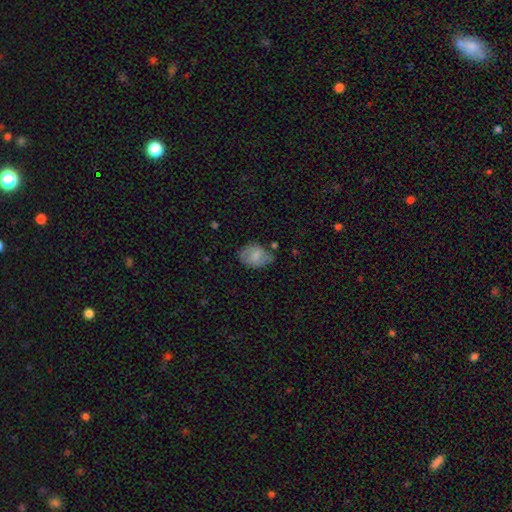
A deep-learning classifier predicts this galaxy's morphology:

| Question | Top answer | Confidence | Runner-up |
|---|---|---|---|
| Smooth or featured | smooth | 67% | featured or disk (25%) |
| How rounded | in between | 72% | round (26%) |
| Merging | none | 56% | minor disturbance (30%) |